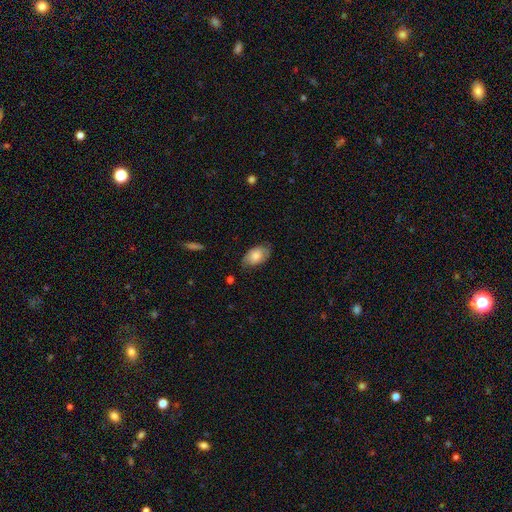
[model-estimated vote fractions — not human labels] smooth 67%, featured or disk 26%, star or artifact 7%. Down the decision tree: how rounded — in between (91%); merging — none (68%).